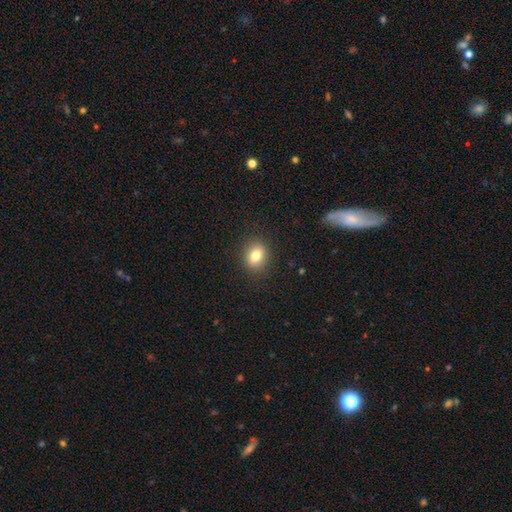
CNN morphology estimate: A smooth galaxy with no disk features (80%) that is round (58%).

Vote fractions:
- Smooth or featured? smooth: 80% / star or artifact: 11% / featured or disk: 9%
- How rounded? round: 58% / in between: 40% / cigar-shaped: 1%
- Merging? none: 89% / minor disturbance: 8% / major disturbance: 3% / merger: 1%